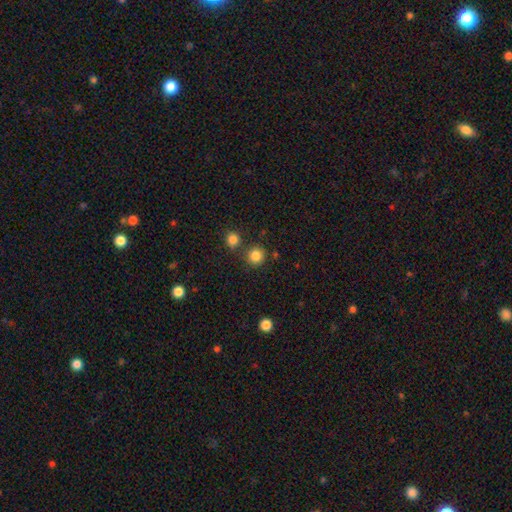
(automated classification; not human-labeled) smooth 84%, star or artifact 12%, featured or disk 4%. Down the decision tree: how rounded — round (93%); merging — none (80%).